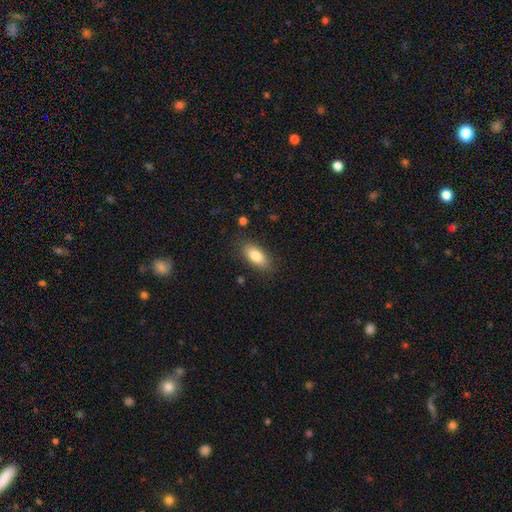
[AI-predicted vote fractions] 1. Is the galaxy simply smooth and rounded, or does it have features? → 81% smooth, 12% featured or disk, 7% star or artifact.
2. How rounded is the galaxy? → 87% in between, 10% cigar-shaped, 4% round.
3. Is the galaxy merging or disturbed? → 84% none, 12% minor disturbance, 3% major disturbance, 1% merger.